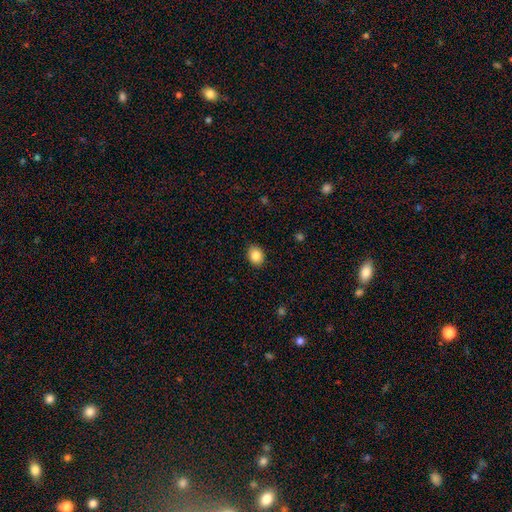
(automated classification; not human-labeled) smooth-or-featured: smooth: 86% | star or artifact: 9% | featured or disk: 5%
  how-rounded: in between: 54% | round: 45% | cigar-shaped: 1%
  merging: none: 89% | minor disturbance: 8% | major disturbance: 2% | merger: 1%